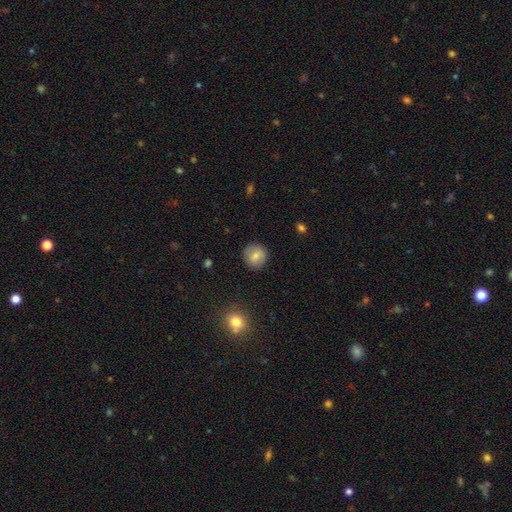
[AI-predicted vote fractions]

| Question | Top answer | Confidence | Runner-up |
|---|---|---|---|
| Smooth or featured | smooth | 80% | featured or disk (12%) |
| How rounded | round | 91% | in between (8%) |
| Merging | none | 89% | minor disturbance (8%) |